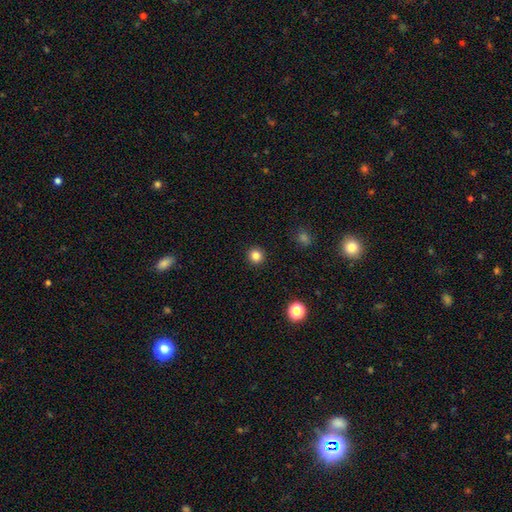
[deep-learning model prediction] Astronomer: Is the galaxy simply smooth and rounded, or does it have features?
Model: smooth — 83%.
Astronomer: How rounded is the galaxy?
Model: round — 94%.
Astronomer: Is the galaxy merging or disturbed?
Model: none — 93%.